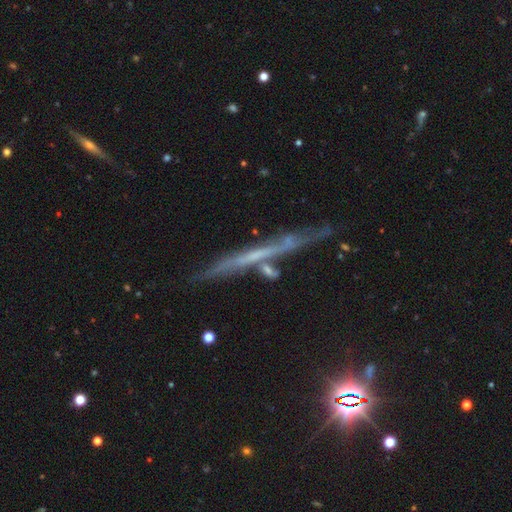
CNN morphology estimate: featured or disk 64%, smooth 25%, star or artifact 11%. Down the decision tree: edge-on disk — yes (92%); edge-on bulge — none (83%); merging — none (72%).